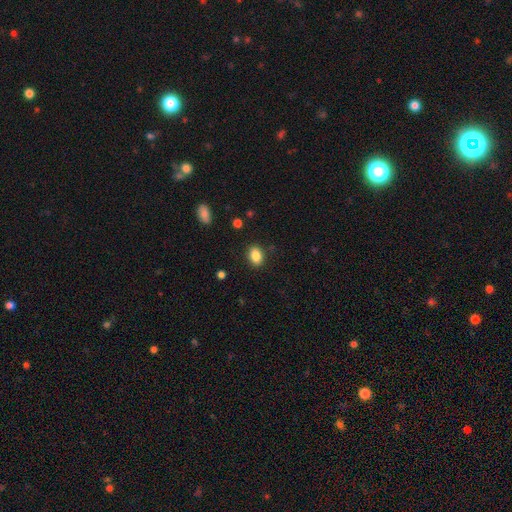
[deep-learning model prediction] Smooth or featured: smooth — 86% (star or artifact — 9%)
How rounded: in between — 78% (round — 20%)
Merging: none — 87% (minor disturbance — 9%)